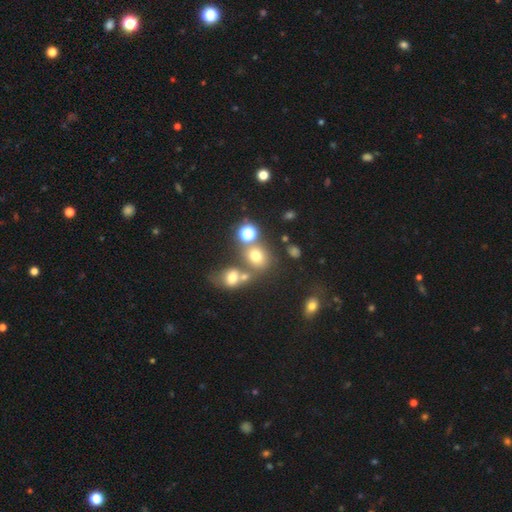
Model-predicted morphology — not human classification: This is likely a smooth galaxy (66%). How rounded: likely round (68%). Merging: possibly none (52%).